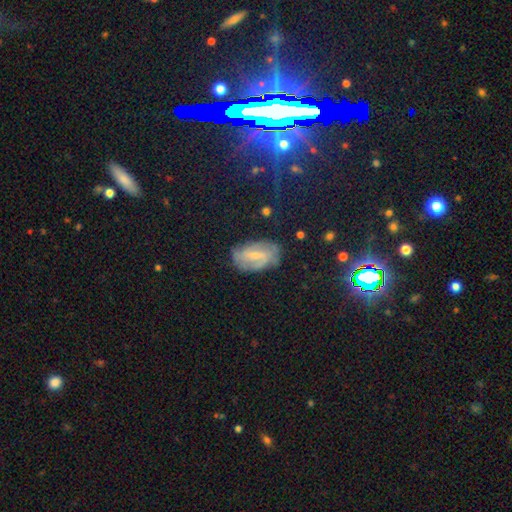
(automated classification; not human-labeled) Smooth or featured? Predicted: featured or disk (p=0.61). Edge-on disk? Predicted: no (p=0.95). Bar? Predicted: weak (p=0.53). Spiral arms? Predicted: yes (p=0.82). Bulge size? Predicted: small (p=0.58). Merging? Predicted: none (p=0.71).